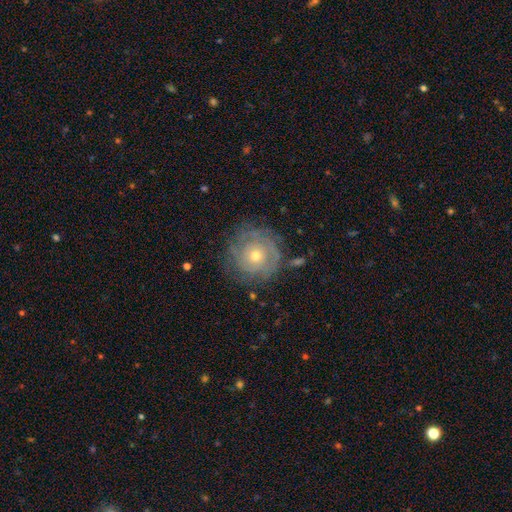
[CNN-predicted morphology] featured or disk 68%, smooth 23%, star or artifact 8%. Down the decision tree: edge-on disk — no (97%); bar — no (86%); spiral arms — yes (80%); spiral arm count — can't tell (52%); spiral winding — tight (79%); bulge size — moderate (50%); merging — none (76%).